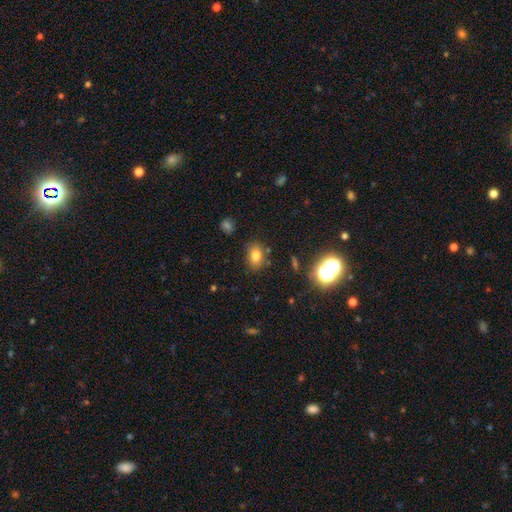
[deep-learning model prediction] This appears to be a smooth galaxy with no disk features (77%) that is in between round and cigar-shaped (71%). Merging: none (80%).